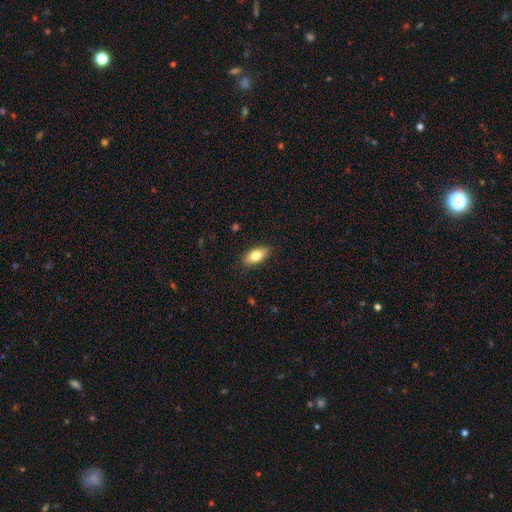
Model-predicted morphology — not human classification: smooth-or-featured: smooth: 79% | featured or disk: 14% | star or artifact: 7%
  how-rounded: in between: 86% | cigar-shaped: 10% | round: 4%
  merging: none: 86% | minor disturbance: 11% | major disturbance: 2% | merger: 1%